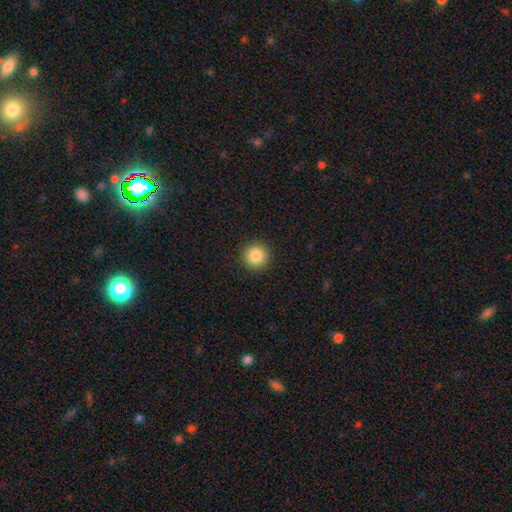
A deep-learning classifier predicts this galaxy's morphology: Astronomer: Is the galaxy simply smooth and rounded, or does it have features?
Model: smooth — 86%.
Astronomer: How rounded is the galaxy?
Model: round — 95%.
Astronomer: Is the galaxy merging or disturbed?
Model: none — 92%.